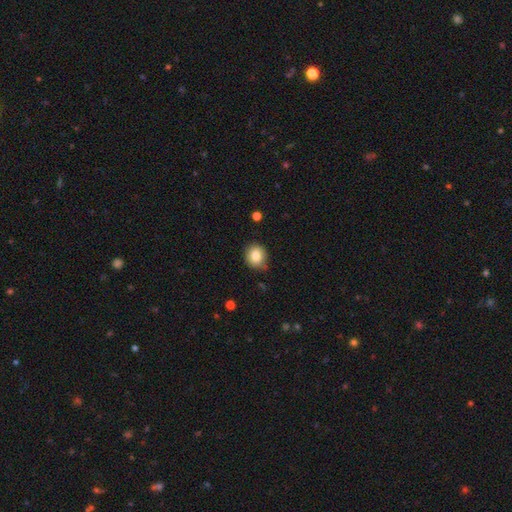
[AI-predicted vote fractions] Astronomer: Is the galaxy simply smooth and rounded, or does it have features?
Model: smooth — 83%.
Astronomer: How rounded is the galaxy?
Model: round — 83%.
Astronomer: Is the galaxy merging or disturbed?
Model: none — 83%.